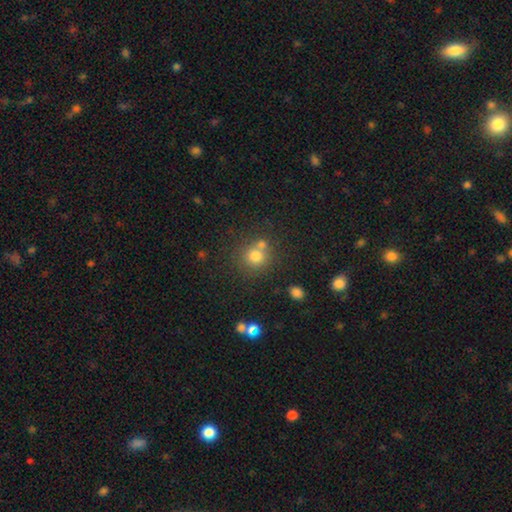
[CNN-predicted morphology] This appears to be a smooth galaxy with no disk features (75%) that is round (88%). Merging: none (59%).